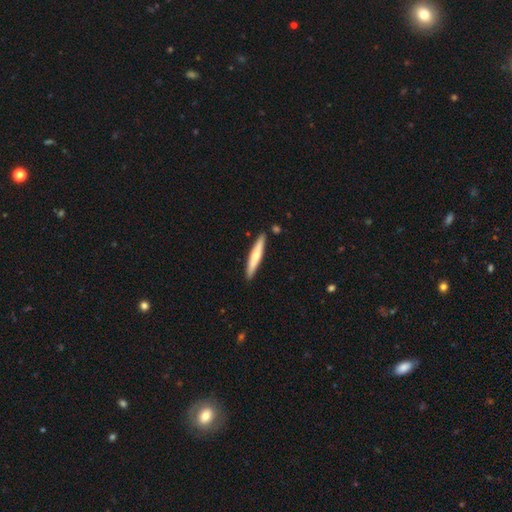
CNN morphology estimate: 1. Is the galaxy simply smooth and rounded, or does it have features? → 51% smooth, 44% featured or disk, 5% star or artifact.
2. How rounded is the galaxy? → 92% cigar-shaped, 7% in between, 1% round.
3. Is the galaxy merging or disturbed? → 88% none, 8% minor disturbance, 2% merger, 1% major disturbance.